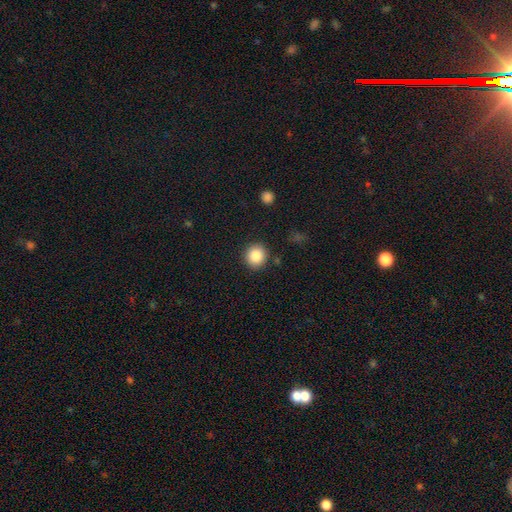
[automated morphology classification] Smooth or featured? Predicted: smooth (p=0.86). How rounded? Predicted: round (p=0.88). Merging? Predicted: none (p=0.89).